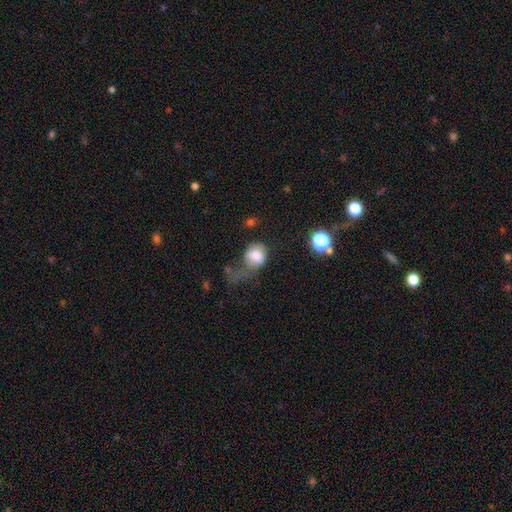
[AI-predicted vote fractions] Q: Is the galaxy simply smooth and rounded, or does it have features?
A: smooth — 74%.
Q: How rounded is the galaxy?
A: round — 57%.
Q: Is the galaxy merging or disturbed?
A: major disturbance — 52%.